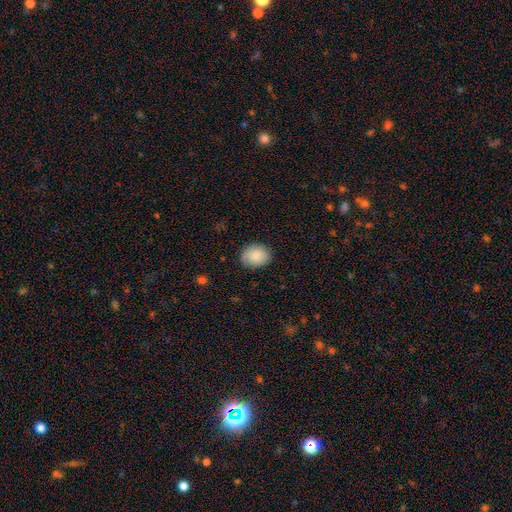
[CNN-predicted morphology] A smooth galaxy with no disk features (84%) that is in between round and cigar-shaped (50%). Merging: none (84%).